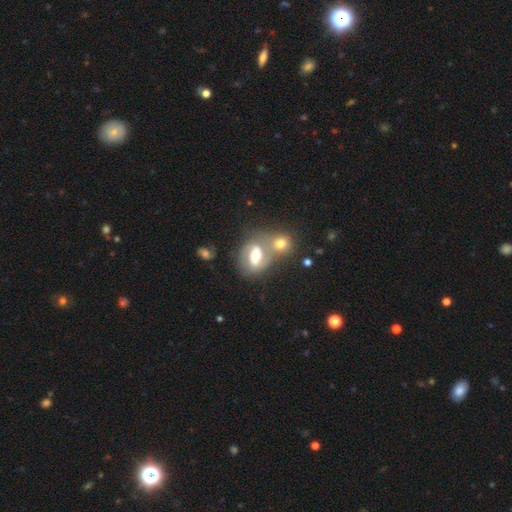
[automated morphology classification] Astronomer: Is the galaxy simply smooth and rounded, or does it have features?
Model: featured or disk — 54% (runner-up: smooth, 38%).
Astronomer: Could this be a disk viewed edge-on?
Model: no — 94%.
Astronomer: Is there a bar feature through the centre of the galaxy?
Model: weak — 38% (runner-up: strong, 34%).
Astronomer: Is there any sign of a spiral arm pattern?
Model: yes — 59% (runner-up: no, 41%).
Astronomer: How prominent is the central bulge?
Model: moderate — 67%.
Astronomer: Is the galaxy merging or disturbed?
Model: merger — 48% (runner-up: none, 35%).